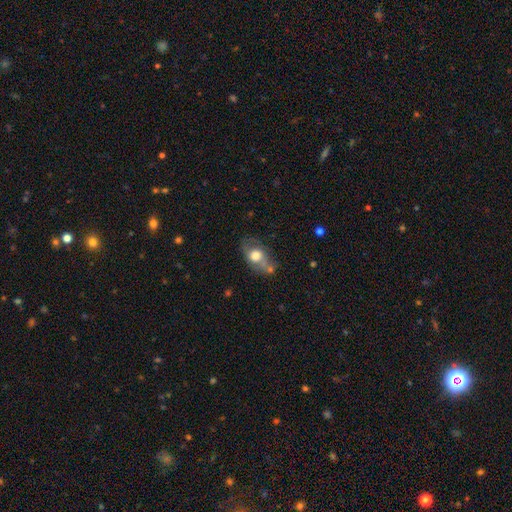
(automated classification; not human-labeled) A smooth galaxy with no disk features (62%) that is in between round and cigar-shaped (71%).

Vote fractions:
- Smooth or featured? smooth: 62% / featured or disk: 30% / star or artifact: 8%
- How rounded? in between: 71% / round: 26% / cigar-shaped: 3%
- Merging? none: 45% / minor disturbance: 28% / merger: 15% / major disturbance: 13%